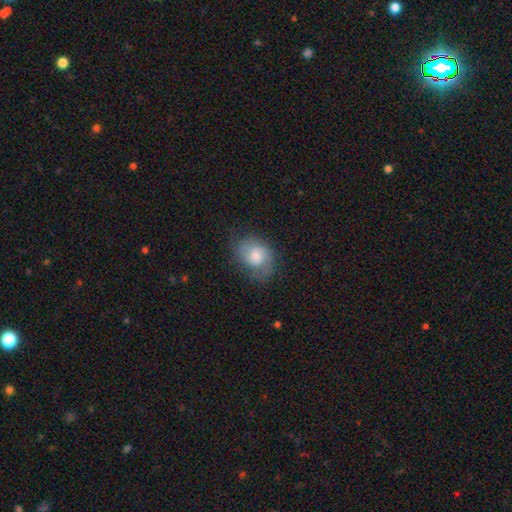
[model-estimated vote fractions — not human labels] This appears to be a featured or disk galaxy (51%). Merging: none (66%).